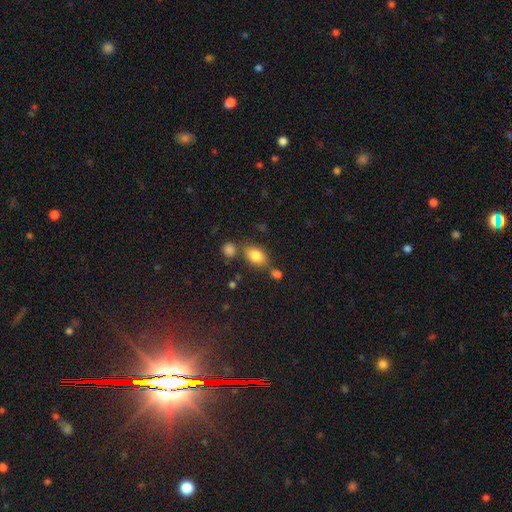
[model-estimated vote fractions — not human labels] This appears to be a smooth galaxy with no disk features (82%) that is in between round and cigar-shaped (82%). Merging: none (68%).